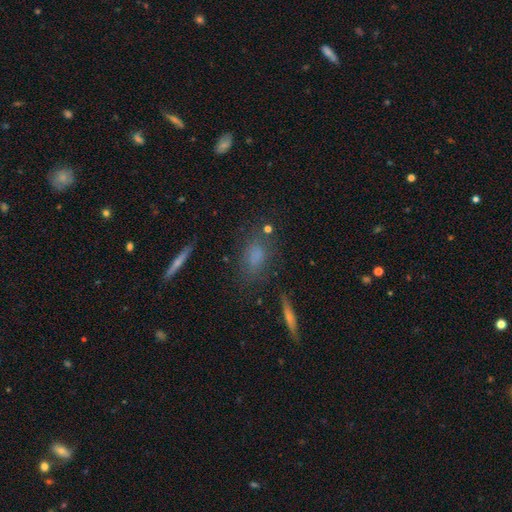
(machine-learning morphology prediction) smooth-or-featured: smooth: 68% | star or artifact: 17% | featured or disk: 15%
  how-rounded: in between: 71% | round: 16% | cigar-shaped: 13%
  merging: none: 73% | minor disturbance: 17% | major disturbance: 6% | merger: 4%